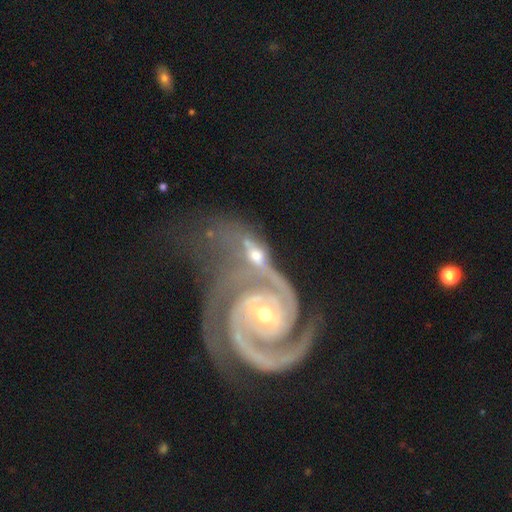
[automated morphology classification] Smooth or featured? featured or disk (88%)
Edge-on disk? no (96%)
Bar? weak (38%)
Spiral arms? yes (97%)
Spiral winding? tight (60%)
Spiral arm count? 2 (76%)
Bulge size? moderate (57%)
Merging? merger (48%)